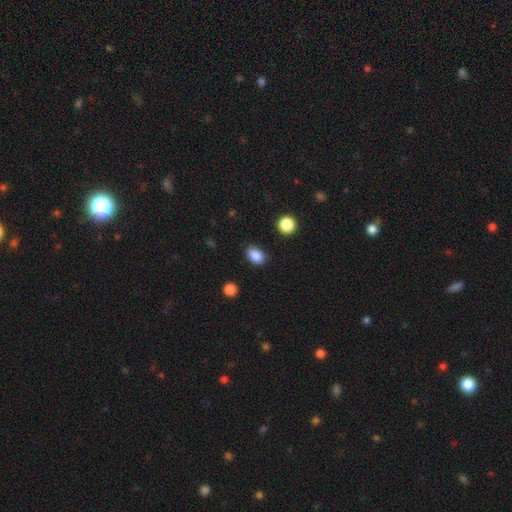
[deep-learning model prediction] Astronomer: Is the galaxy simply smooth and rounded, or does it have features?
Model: smooth — 87%.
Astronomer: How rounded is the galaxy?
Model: in between — 78%.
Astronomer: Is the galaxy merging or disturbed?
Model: none — 85%.